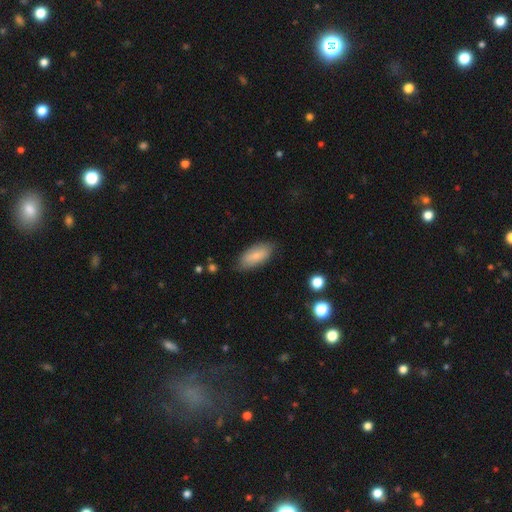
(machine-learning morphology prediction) smooth-or-featured: smooth: 78% | featured or disk: 15% | star or artifact: 7%
  how-rounded: in between: 87% | cigar-shaped: 10% | round: 2%
  merging: none: 78% | minor disturbance: 17% | major disturbance: 3% | merger: 1%